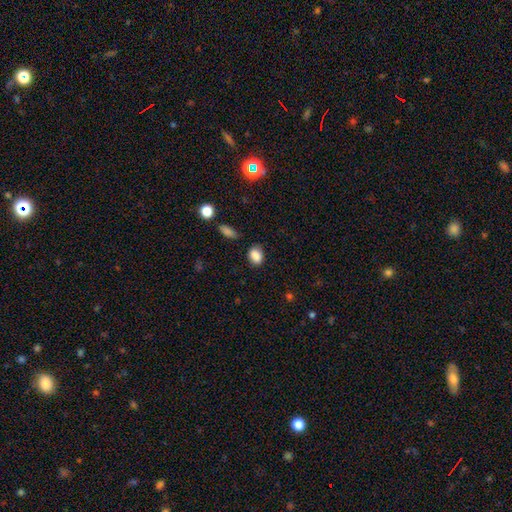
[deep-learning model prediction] A smooth galaxy with no disk features (87%) that is in between round and cigar-shaped (69%). Merging: none (78%).